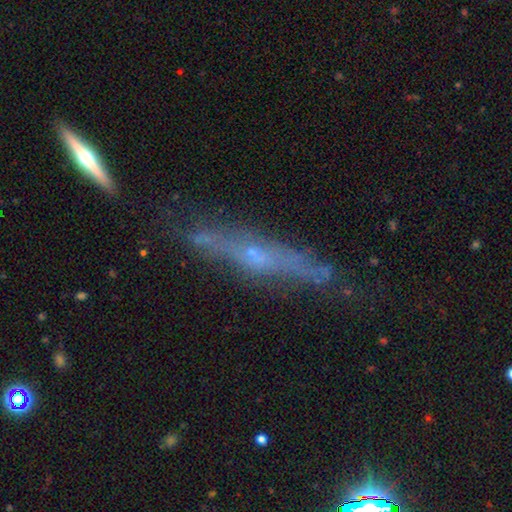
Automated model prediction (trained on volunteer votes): Morphology: type=featured or disk (61%); edge-on=yes (81%); merging=none (71%).